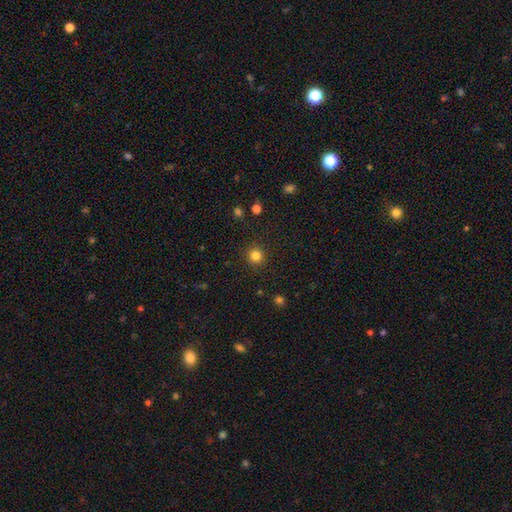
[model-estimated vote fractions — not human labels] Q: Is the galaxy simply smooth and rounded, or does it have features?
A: smooth — 82%.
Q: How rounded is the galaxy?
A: round — 93%.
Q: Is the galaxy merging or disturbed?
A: none — 91%.